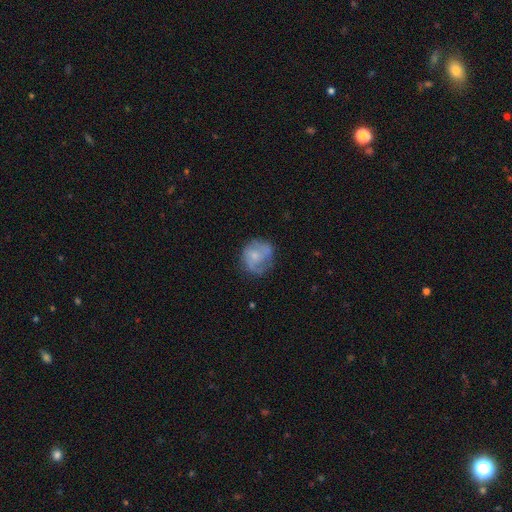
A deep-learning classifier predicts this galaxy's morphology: Overall: smooth (47%; featured or disk 44%). Merging: none (56%; minor disturbance 26%).